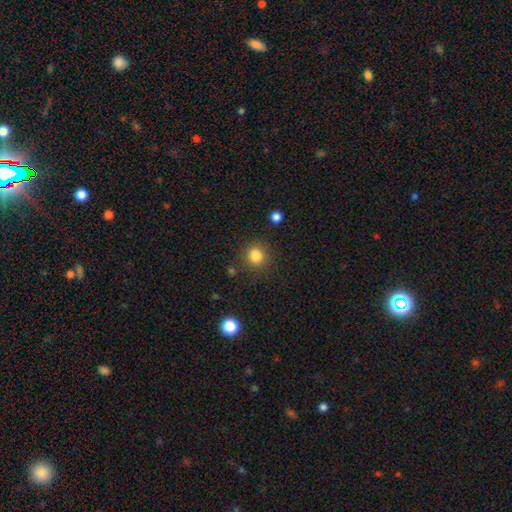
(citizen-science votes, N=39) smooth 90%, featured or disk 5%, star or artifact 5%. Down the decision tree: how rounded — round (91%); merging — none (78%).